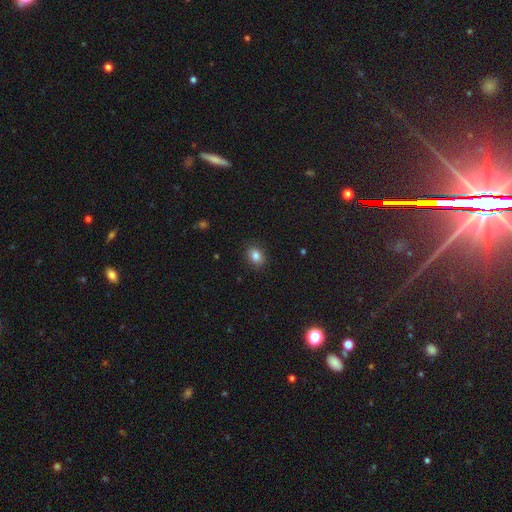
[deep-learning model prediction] smooth_or_featured: smooth (p=0.84) [alt: star or artifact p=0.10]
how_rounded: in between (p=0.64) [alt: round p=0.35]
merging: none (p=0.88) [alt: minor disturbance p=0.09]